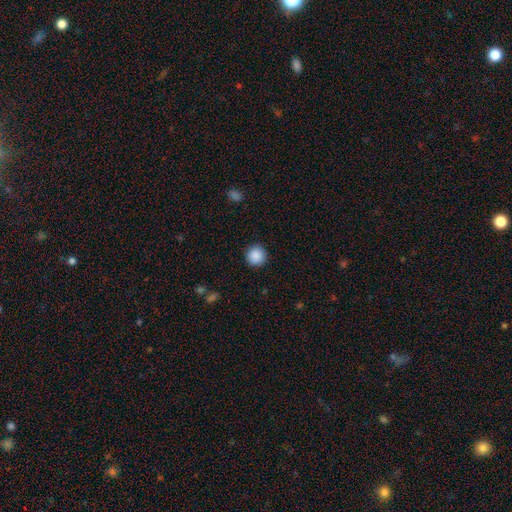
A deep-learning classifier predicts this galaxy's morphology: smooth_or_featured: smooth (p=0.89) [alt: star or artifact p=0.08]
how_rounded: round (p=0.94) [alt: in between p=0.05]
merging: none (p=0.91) [alt: minor disturbance p=0.06]